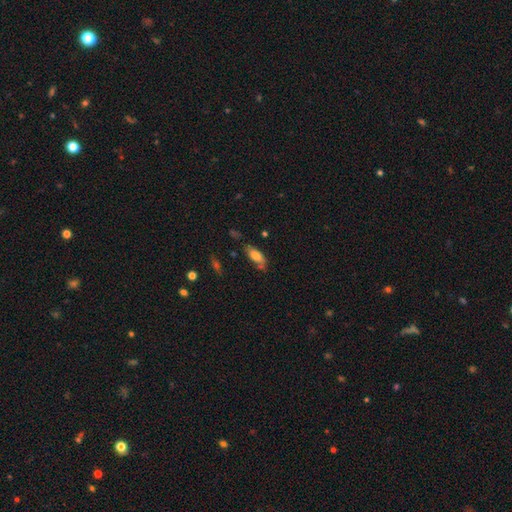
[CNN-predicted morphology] Q: Smooth or featured?
A: smooth (69%); runner-up: featured or disk (23%)
Q: How rounded?
A: in between (81%); runner-up: cigar-shaped (16%)
Q: Merging?
A: none (56%); runner-up: minor disturbance (28%)